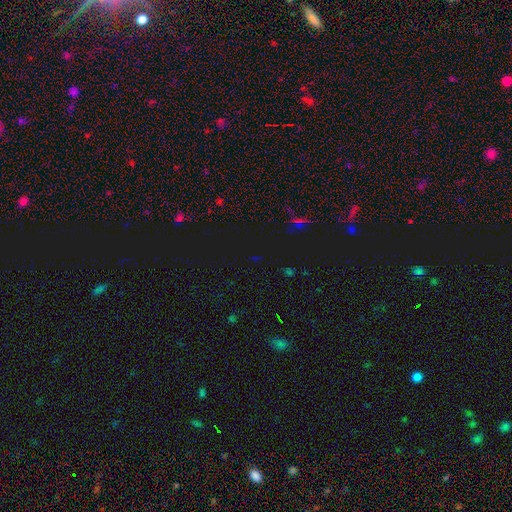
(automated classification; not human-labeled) Smooth or featured? star or artifact (77%)